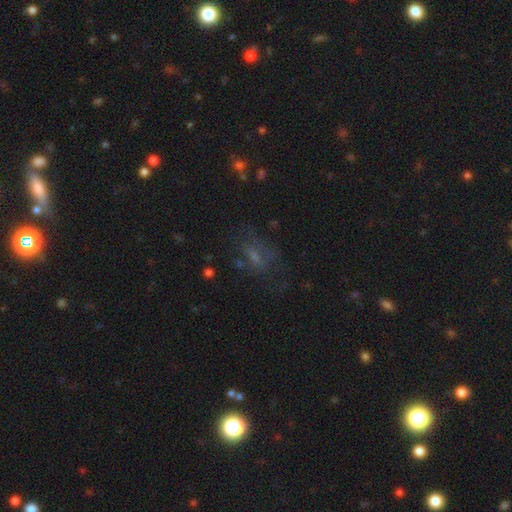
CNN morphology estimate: type=smooth (45%); merging=none (53%).